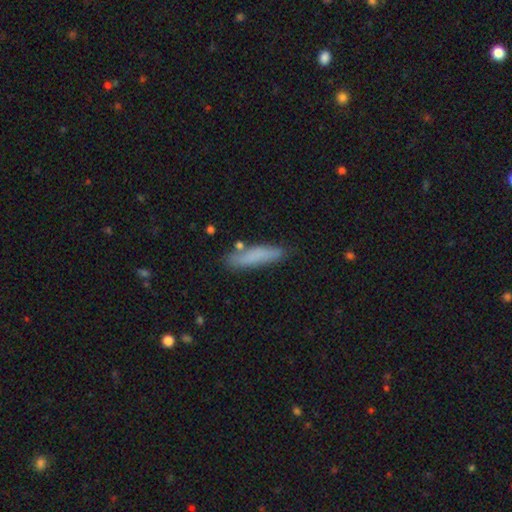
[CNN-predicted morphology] smooth-or-featured: smooth: 78% | featured or disk: 15% | star or artifact: 7%
  how-rounded: cigar-shaped: 79% | in between: 19% | round: 2%
  merging: none: 76% | minor disturbance: 17% | merger: 4% | major disturbance: 4%